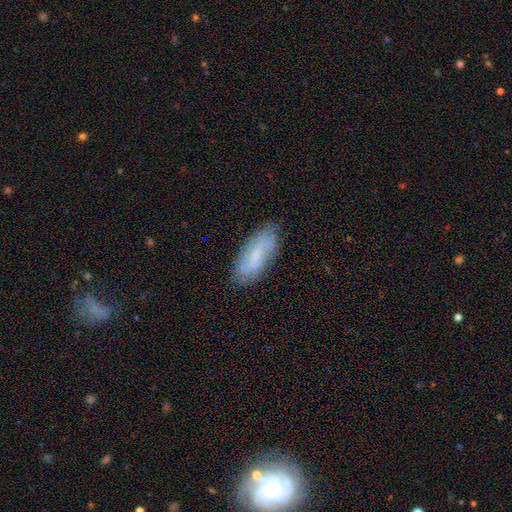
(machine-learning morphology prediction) A featured or disk galaxy (51%). Merging: none (77%).